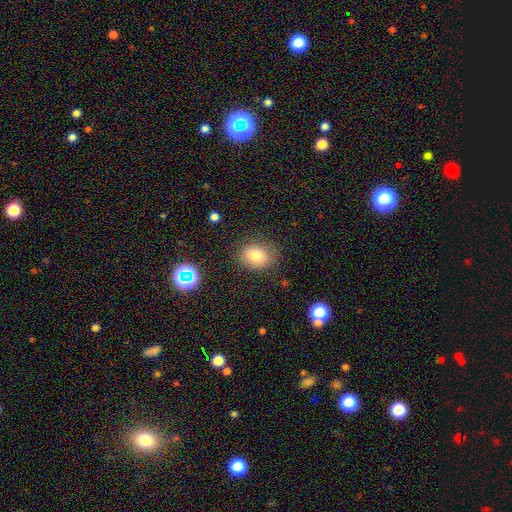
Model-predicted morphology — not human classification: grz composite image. It shows a smooth galaxy with no disk features (79%) that is in between round and cigar-shaped (56%). Merging: none (79%).